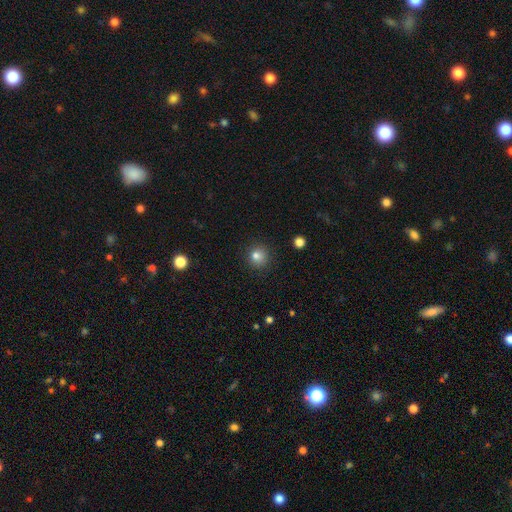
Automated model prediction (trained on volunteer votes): smooth_or_featured: smooth (p=0.81) [alt: star or artifact p=0.13]
how_rounded: round (p=0.92) [alt: in between p=0.07]
merging: none (p=0.89) [alt: minor disturbance p=0.07]